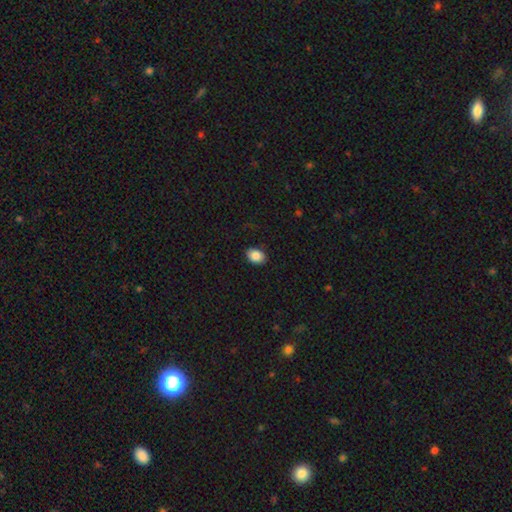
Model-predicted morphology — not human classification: Smooth or featured? Predicted: smooth (p=0.86). How rounded? Predicted: in between (p=0.79). Merging? Predicted: none (p=0.87).